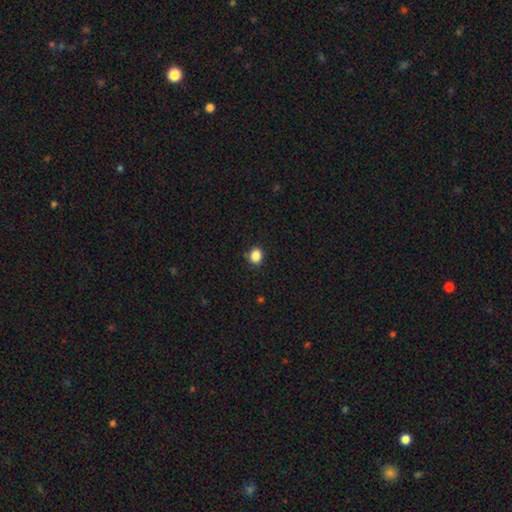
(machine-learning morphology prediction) A smooth galaxy with no disk features (86%) that is round (56%). Merging: none (85%).